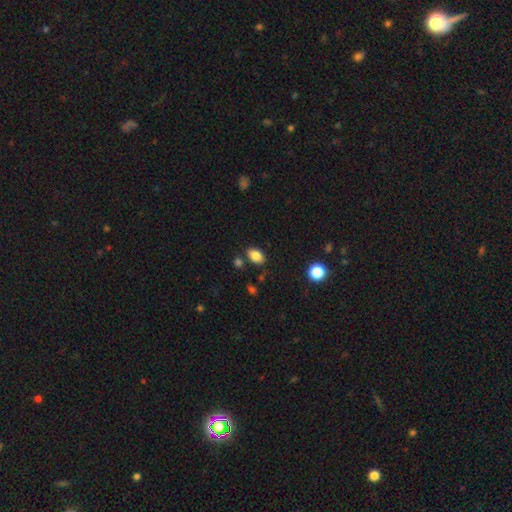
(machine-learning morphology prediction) smooth-or-featured: smooth: 85% | star or artifact: 9% | featured or disk: 6%
  how-rounded: in between: 83% | round: 16% | cigar-shaped: 1%
  merging: none: 82% | minor disturbance: 11% | merger: 5% | major disturbance: 3%